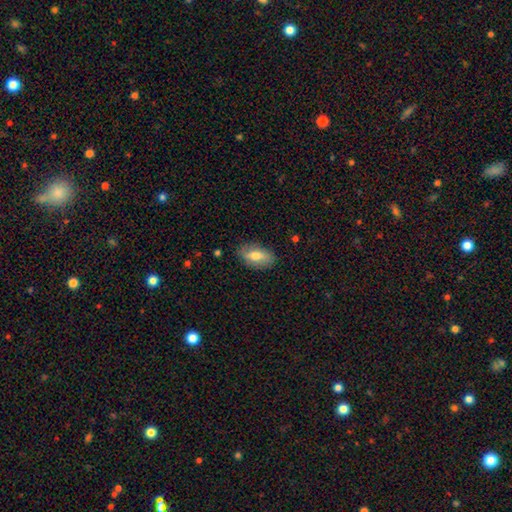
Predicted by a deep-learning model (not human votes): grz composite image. It shows a smooth galaxy with no disk features (67%) that is in between round and cigar-shaped (90%). Merging: none (82%).